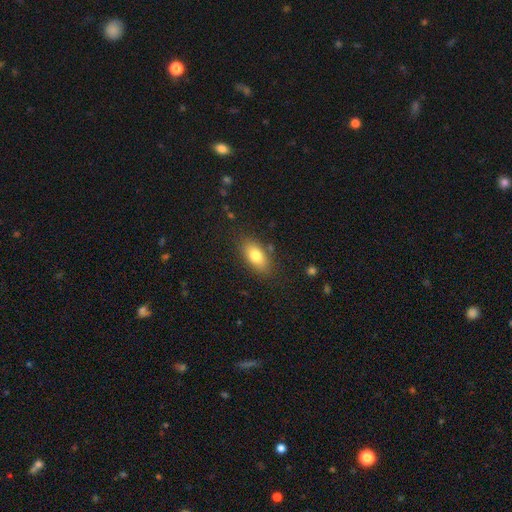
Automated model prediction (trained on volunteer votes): Overall: smooth (79%). How rounded: in between (88%). Merging: none (82%).